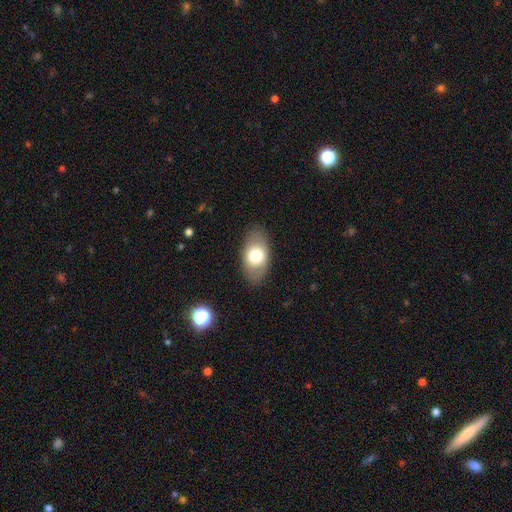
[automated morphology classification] Smooth or featured?
  - smooth: 70% *
  - featured or disk: 23%
  - star or artifact: 7%
How rounded?
  - in between: 91% *
  - round: 7%
  - cigar-shaped: 2%
Merging?
  - none: 85% *
  - minor disturbance: 10%
  - major disturbance: 4%
  - merger: 1%